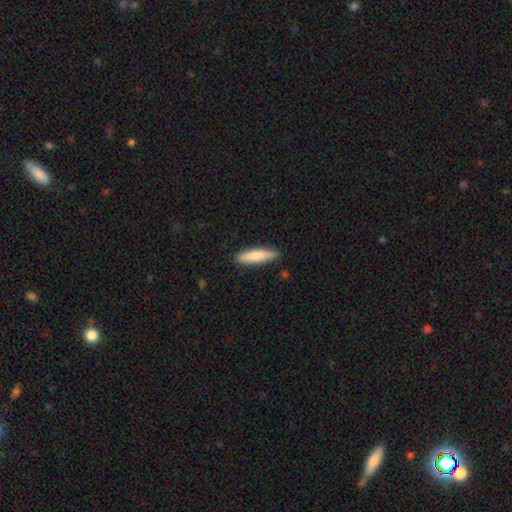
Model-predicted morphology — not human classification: The model was most divided on "how rounded": cigar-shaped: 73%, in between: 25%, round: 1%. More confident: merging — none (87%); smooth or featured — smooth (82%).